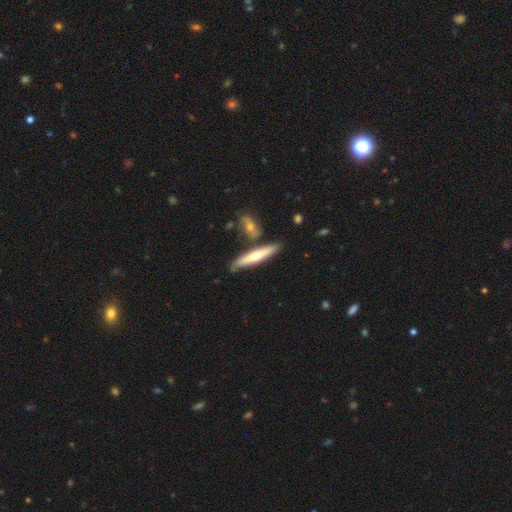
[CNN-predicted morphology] This appears to be a featured or disk galaxy (49%). Merging: none (75%).